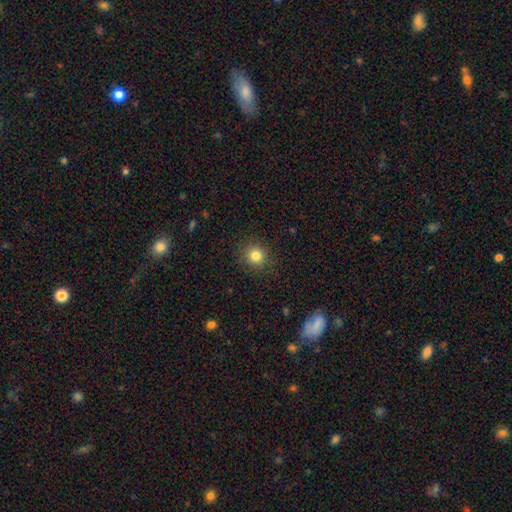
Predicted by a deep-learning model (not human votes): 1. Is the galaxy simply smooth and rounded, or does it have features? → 82% smooth, 12% star or artifact, 6% featured or disk.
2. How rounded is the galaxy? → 90% round, 9% in between, 1% cigar-shaped.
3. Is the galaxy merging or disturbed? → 90% none, 7% minor disturbance, 3% major disturbance, 1% merger.